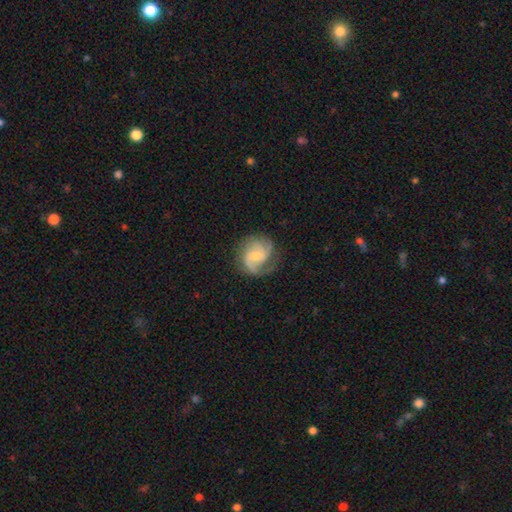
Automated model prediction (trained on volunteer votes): Overall: featured or disk (80%). Edge-on disk: no (98%). Bar: no (51%; weak 42%). Spiral arms: yes (96%). Spiral arm count: 2 (47%; 3 26%). Spiral winding: medium (49%; tight 31%). Bulge size: small (47%; moderate 45%). Merging: none (69%).